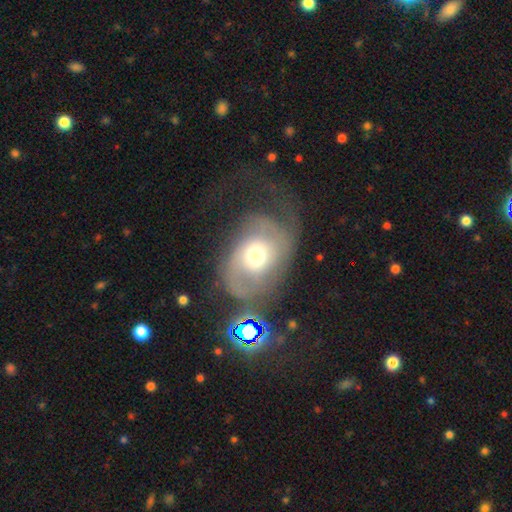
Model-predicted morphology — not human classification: Q: Smooth or featured?
A: featured or disk (62%); runner-up: smooth (28%)
Q: Edge-on disk?
A: no (96%); runner-up: yes (4%)
Q: Bar?
A: no (75%); runner-up: weak (20%)
Q: Spiral arms?
A: yes (77%); runner-up: no (23%)
Q: Bulge size?
A: moderate (64%); runner-up: large (21%)
Q: Merging?
A: major disturbance (38%); runner-up: none (34%)